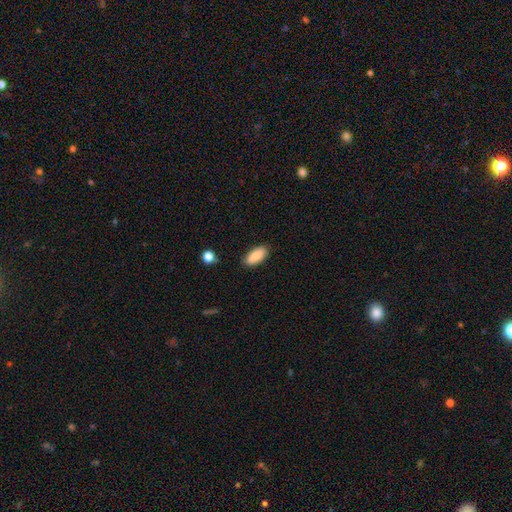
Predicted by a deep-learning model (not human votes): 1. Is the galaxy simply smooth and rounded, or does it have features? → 87% smooth, 7% star or artifact, 6% featured or disk.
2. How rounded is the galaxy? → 88% in between, 9% cigar-shaped, 2% round.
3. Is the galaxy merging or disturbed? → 84% none, 12% minor disturbance, 2% major disturbance, 2% merger.